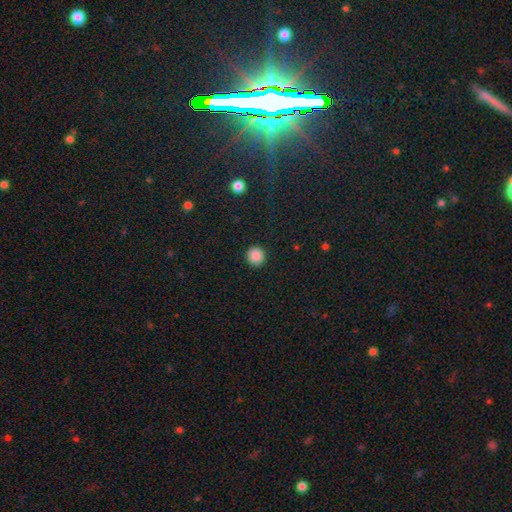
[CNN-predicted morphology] smooth_or_featured: smooth (p=0.88) [alt: star or artifact p=0.09]
how_rounded: round (p=0.94) [alt: in between p=0.05]
merging: none (p=0.92) [alt: minor disturbance p=0.05]